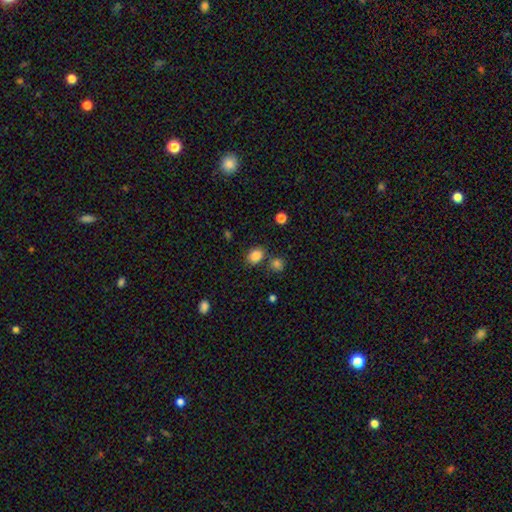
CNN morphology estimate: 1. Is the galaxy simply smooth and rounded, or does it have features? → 85% smooth, 11% star or artifact, 5% featured or disk.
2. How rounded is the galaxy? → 56% in between, 43% round, 1% cigar-shaped.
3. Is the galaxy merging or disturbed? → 74% none, 12% minor disturbance, 10% merger, 4% major disturbance.